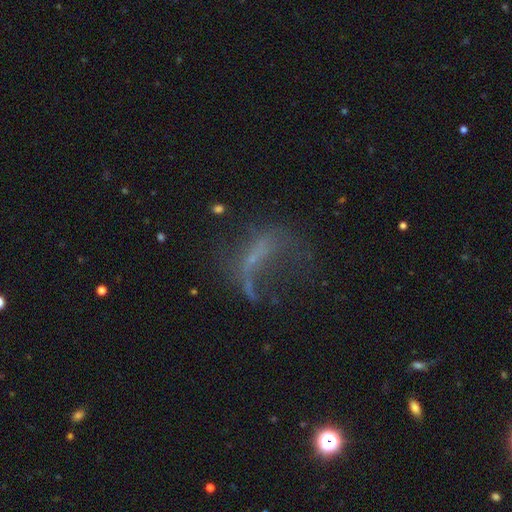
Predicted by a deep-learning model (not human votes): Q: Smooth or featured?
A: featured or disk (50%); runner-up: smooth (27%)
Q: Merging?
A: major disturbance (46%); runner-up: none (33%)